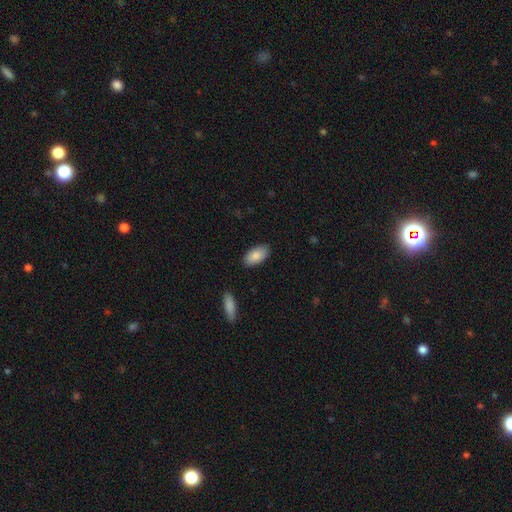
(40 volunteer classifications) Volunteers were most divided on "smooth or featured": smooth: 88%, featured or disk: 10%, star or artifact: 2%. More confident: how rounded — in between (94%); merging — none (90%).